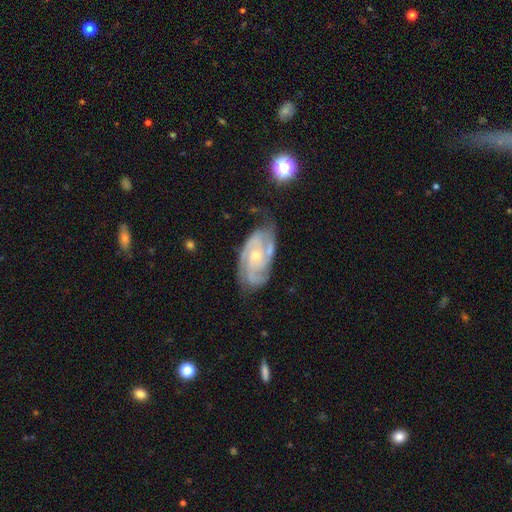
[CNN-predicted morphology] Smooth or featured?
  - featured or disk: 88% *
  - smooth: 7%
  - star or artifact: 6%
Edge-on disk?
  - no: 96% *
  - yes: 4%
Bar?
  - no: 69% *
  - weak: 24%
  - strong: 7%
Spiral arms?
  - yes: 97% *
  - no: 3%
Spiral winding?
  - tight: 63% *
  - medium: 32%
  - loose: 5%
Spiral arm count?
  - 3: 45% *
  - 2: 24%
  - 4: 12%
  - can't tell: 12%
  - more than 4: 4%
  - 1: 4%
Bulge size?
  - small: 60% *
  - moderate: 37%
  - none: 1%
  - large: 1%
  - dominant: 1%
Merging?
  - none: 68% *
  - minor disturbance: 22%
  - major disturbance: 7%
  - merger: 3%